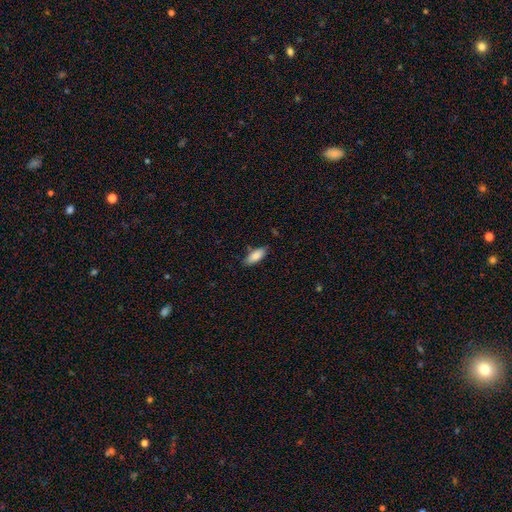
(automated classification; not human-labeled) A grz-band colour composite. It shows a smooth galaxy with no disk features (86%) that is in between round and cigar-shaped (80%). Merging: none (80%).